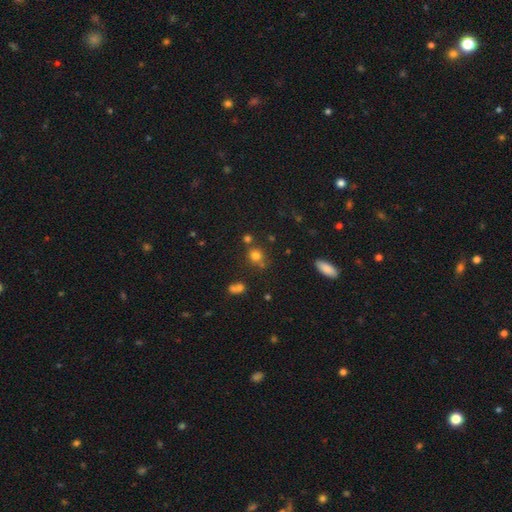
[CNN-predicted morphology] Overall: smooth (74%). How rounded: round (85%). Merging: none (69%).